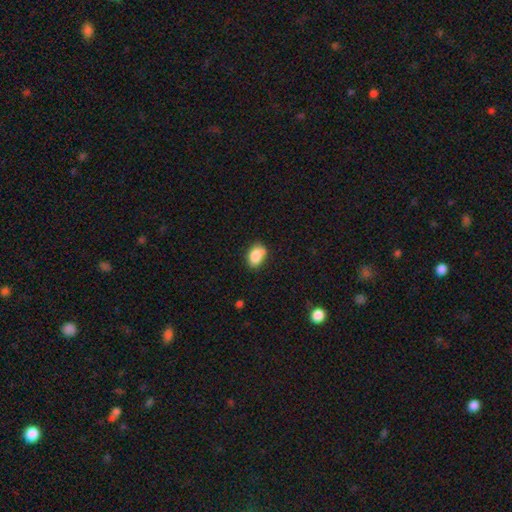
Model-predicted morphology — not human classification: type=smooth (84%); roundness=in between (82%); merging=none (66%).